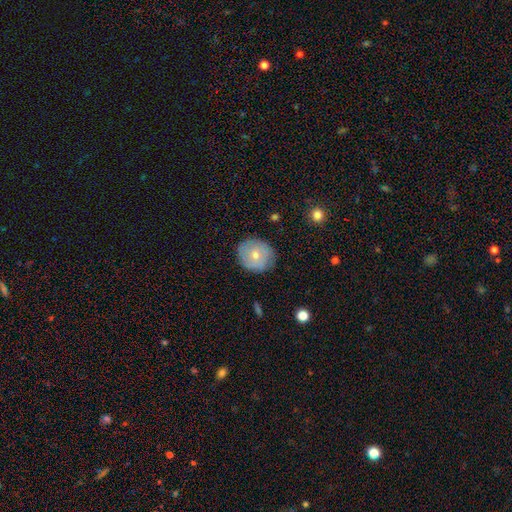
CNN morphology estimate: A smooth galaxy with no disk features (56%) that is round (81%).

Vote fractions:
- Smooth or featured? smooth: 56% / featured or disk: 37% / star or artifact: 7%
- How rounded? round: 81% / in between: 18% / cigar-shaped: 1%
- Merging? none: 82% / minor disturbance: 14% / major disturbance: 3% / merger: 1%